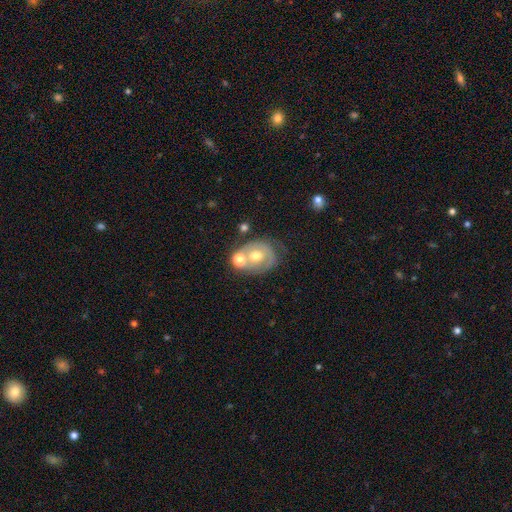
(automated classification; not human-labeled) Smooth or featured?
  - featured or disk: 48% *
  - smooth: 43%
  - star or artifact: 9%
Merging?
  - none: 38% *
  - merger: 33%
  - minor disturbance: 18%
  - major disturbance: 11%